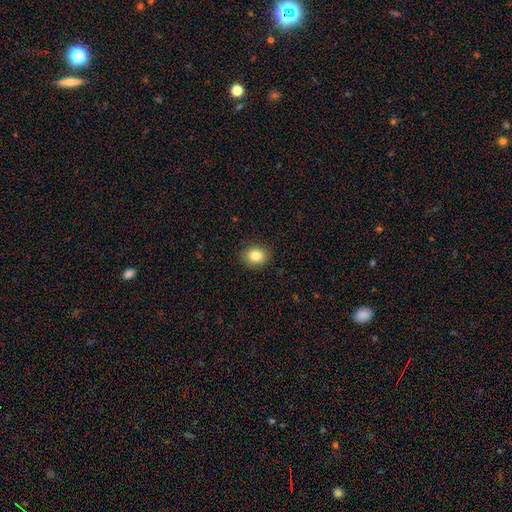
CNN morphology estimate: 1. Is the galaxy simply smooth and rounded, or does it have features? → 84% smooth, 9% star or artifact, 6% featured or disk.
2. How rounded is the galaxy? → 55% round, 44% in between, 1% cigar-shaped.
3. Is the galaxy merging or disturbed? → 90% none, 7% minor disturbance, 2% major disturbance, 1% merger.